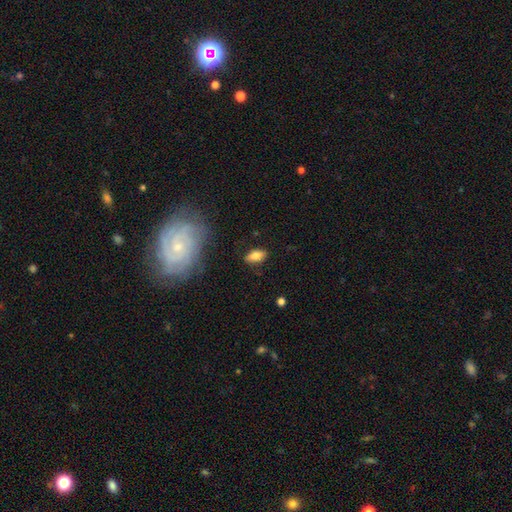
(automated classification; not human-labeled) Smooth or featured? Predicted: smooth (p=0.76). How rounded? Predicted: in between (p=0.85). Merging? Predicted: none (p=0.83).